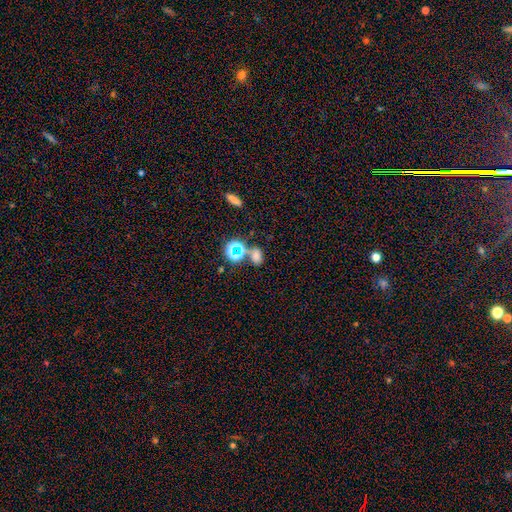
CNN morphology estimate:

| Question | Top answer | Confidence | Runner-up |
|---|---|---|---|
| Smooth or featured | smooth | 63% | star or artifact (27%) |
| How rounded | in between | 68% | round (30%) |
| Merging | none | 48% | merger (35%) |